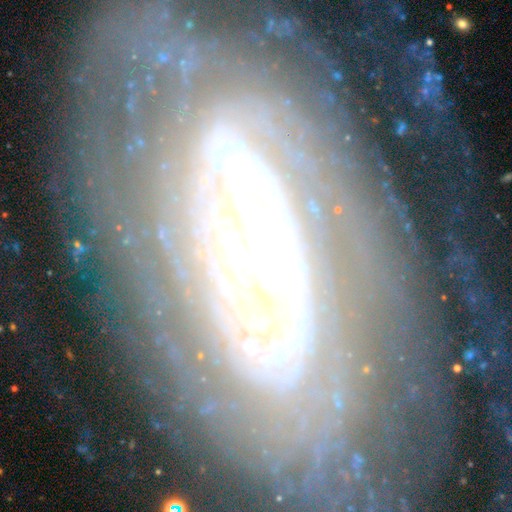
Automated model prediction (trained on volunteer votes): Smooth or featured?
  - featured or disk: 87% *
  - smooth: 7%
  - star or artifact: 6%
Edge-on disk?
  - no: 88% *
  - yes: 12%
Bar?
  - no: 36% *
  - strong: 33%
  - weak: 31%
Spiral arms?
  - yes: 87% *
  - no: 13%
Spiral winding?
  - tight: 73% *
  - medium: 20%
  - loose: 7%
Spiral arm count?
  - can't tell: 40% *
  - 2: 24%
  - 3: 11%
  - 4: 9%
  - more than 4: 9%
  - 1: 7%
Bulge size?
  - moderate: 59% *
  - small: 22%
  - large: 14%
  - dominant: 2%
  - none: 2%
Merging?
  - none: 73% *
  - minor disturbance: 17%
  - major disturbance: 9%
  - merger: 2%